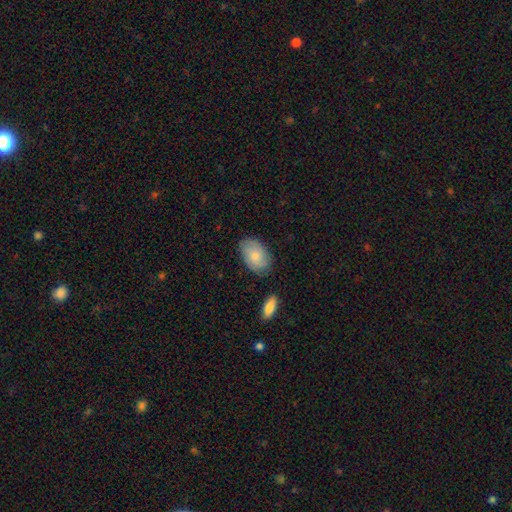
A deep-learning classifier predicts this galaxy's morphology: Smooth or featured? Predicted: smooth (p=0.73). How rounded? Predicted: in between (p=0.89). Merging? Predicted: none (p=0.76).